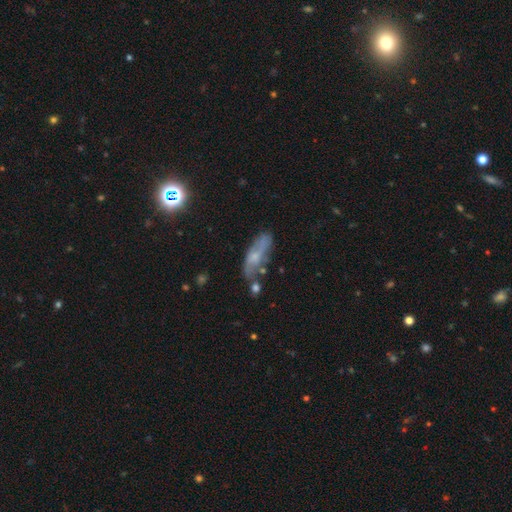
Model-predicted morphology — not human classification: A featured or disk galaxy (49%). Merging: none (53%).